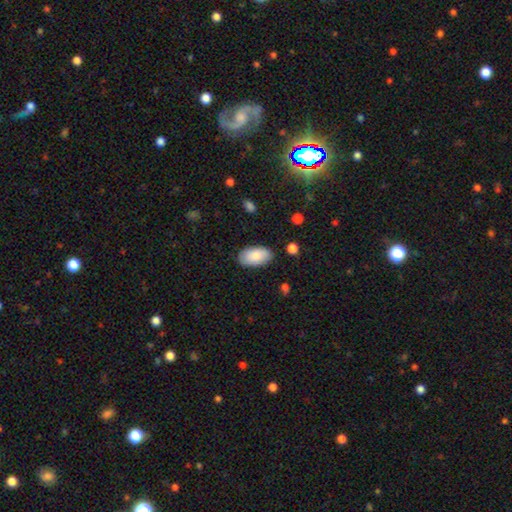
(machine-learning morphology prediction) Smooth or featured: smooth — 83% (featured or disk — 11%)
How rounded: in between — 96% (round — 3%)
Merging: none — 85% (minor disturbance — 11%)